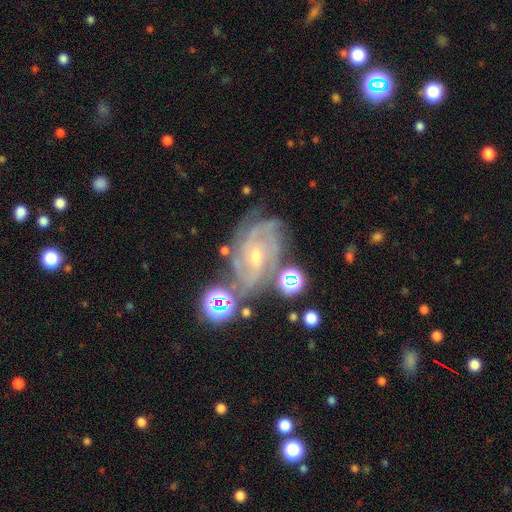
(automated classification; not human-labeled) featured or disk 84%, star or artifact 10%, smooth 6%. Down the decision tree: edge-on disk — no (97%); bar — no (56%); spiral arms — yes (97%); spiral arm count — can't tell (25%); spiral winding — tight (63%); bulge size — small (67%); merging — none (63%).